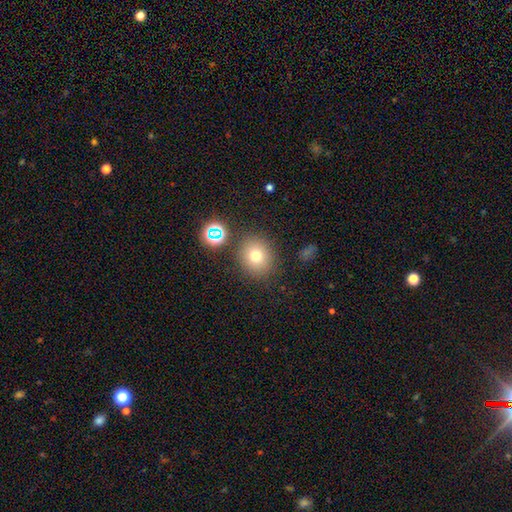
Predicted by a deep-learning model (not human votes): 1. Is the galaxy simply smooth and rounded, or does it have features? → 74% smooth, 16% star or artifact, 11% featured or disk.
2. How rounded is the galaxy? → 79% round, 20% in between, 1% cigar-shaped.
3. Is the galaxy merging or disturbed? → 83% none, 9% minor disturbance, 5% merger, 3% major disturbance.